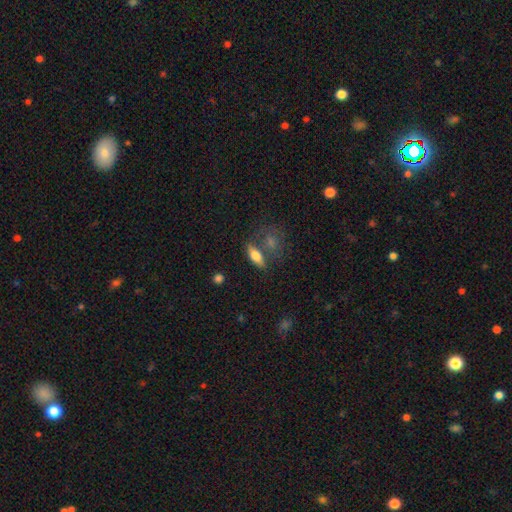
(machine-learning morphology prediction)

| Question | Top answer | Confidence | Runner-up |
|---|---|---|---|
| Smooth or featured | smooth | 68% | featured or disk (24%) |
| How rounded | in between | 69% | cigar-shaped (25%) |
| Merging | none | 62% | merger (17%) |